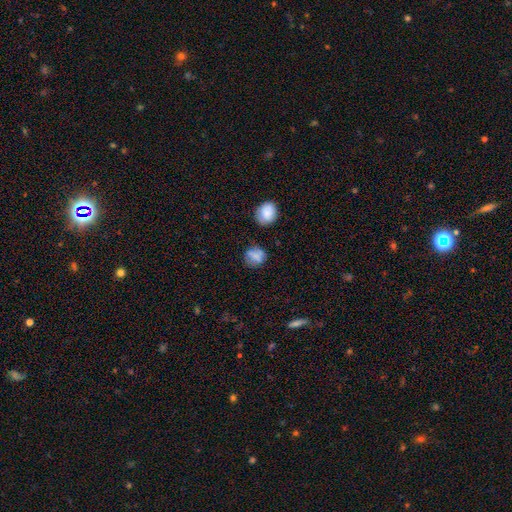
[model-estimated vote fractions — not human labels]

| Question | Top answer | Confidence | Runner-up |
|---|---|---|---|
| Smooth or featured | smooth | 73% | star or artifact (14%) |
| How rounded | round | 72% | in between (26%) |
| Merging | none | 71% | minor disturbance (19%) |